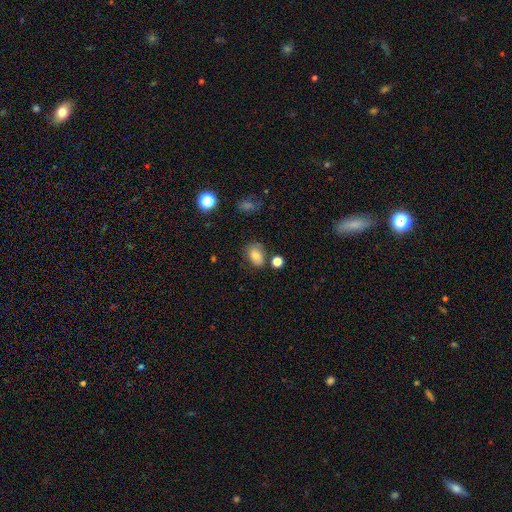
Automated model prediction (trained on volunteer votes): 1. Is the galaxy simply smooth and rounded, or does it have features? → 77% smooth, 12% featured or disk, 11% star or artifact.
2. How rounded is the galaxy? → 74% in between, 25% round, 1% cigar-shaped.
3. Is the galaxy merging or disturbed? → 63% none, 22% minor disturbance, 8% merger, 7% major disturbance.